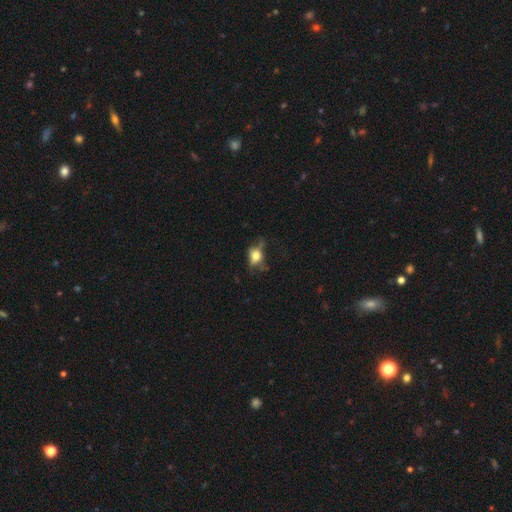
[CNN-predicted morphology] Q: Smooth or featured?
A: smooth (54%); runner-up: featured or disk (32%)
Q: How rounded?
A: in between (63%); runner-up: round (32%)
Q: Merging?
A: none (45%); runner-up: major disturbance (27%)